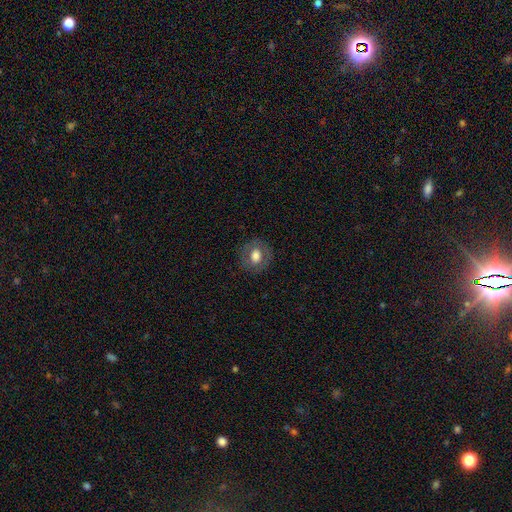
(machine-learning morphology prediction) smooth_or_featured: smooth (p=0.64) [alt: featured or disk p=0.27]
how_rounded: round (p=0.64) [alt: in between p=0.35]
merging: none (p=0.83) [alt: minor disturbance p=0.12]